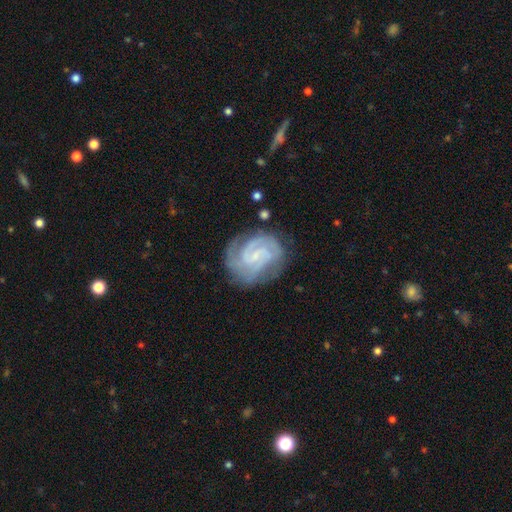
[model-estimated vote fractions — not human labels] smooth_or_featured: featured or disk (p=0.88) [alt: smooth p=0.07]
disk_edge_on: no (p=0.98) [alt: yes p=0.02]
bar: weak (p=0.48) [alt: no p=0.40]
has_spiral_arms: yes (p=0.97) [alt: no p=0.03]
spiral_winding: tight (p=0.61) [alt: medium p=0.33]
spiral_arm_count: 2 (p=0.39) [alt: 3 p=0.28]
bulge_size: small (p=0.65) [alt: none p=0.22]
merging: none (p=0.74) [alt: minor disturbance p=0.17]